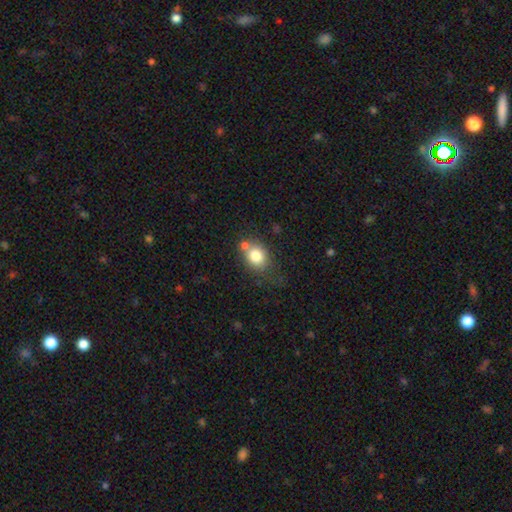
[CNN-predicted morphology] The model was most divided on "how rounded": round: 57%, in between: 42%, cigar-shaped: 1%. More confident: smooth or featured — smooth (79%); merging — none (56%).